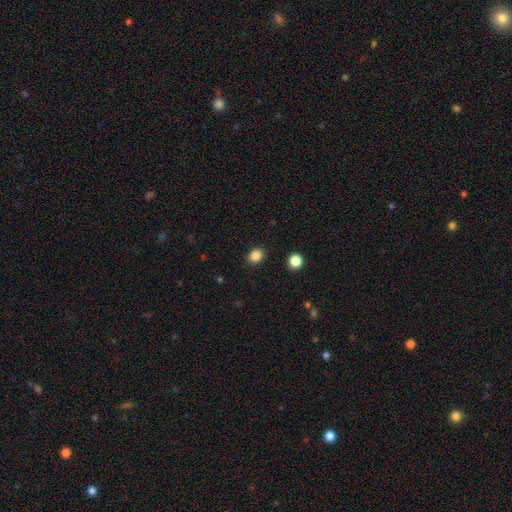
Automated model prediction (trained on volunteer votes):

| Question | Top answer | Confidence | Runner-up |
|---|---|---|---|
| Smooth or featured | smooth | 85% | star or artifact (11%) |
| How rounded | round | 66% | in between (34%) |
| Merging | none | 91% | minor disturbance (6%) |